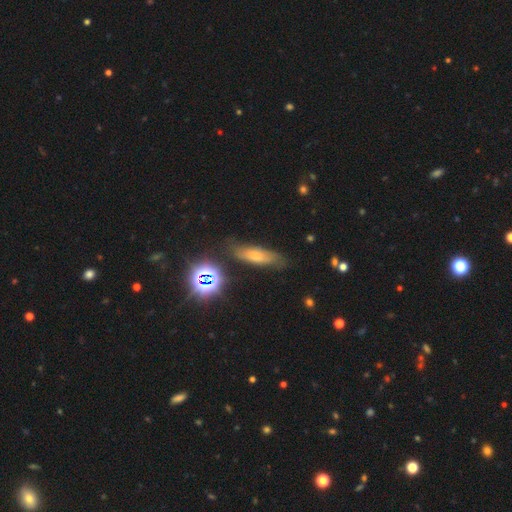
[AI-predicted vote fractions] Smooth or featured?
  - smooth: 64% *
  - featured or disk: 20%
  - star or artifact: 16%
How rounded?
  - cigar-shaped: 49% *
  - in between: 46%
  - round: 4%
Merging?
  - none: 71% *
  - minor disturbance: 19%
  - major disturbance: 6%
  - merger: 4%